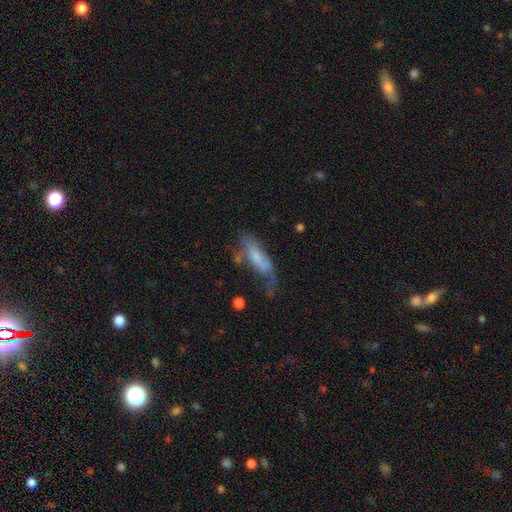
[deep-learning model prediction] The model was most divided on "merging": major disturbance: 35%, none: 31%, minor disturbance: 28%, merger: 6%. More confident: how rounded — in between (56%); smooth or featured — smooth (54%).